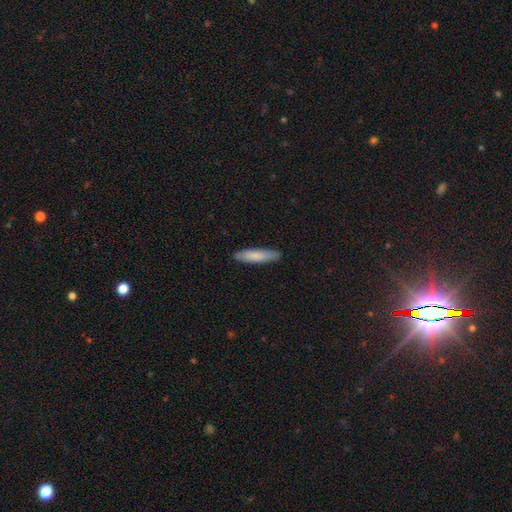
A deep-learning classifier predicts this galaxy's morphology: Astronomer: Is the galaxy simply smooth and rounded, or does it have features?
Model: smooth — 82%.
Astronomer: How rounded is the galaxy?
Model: cigar-shaped — 79%.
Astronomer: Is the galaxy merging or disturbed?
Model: none — 87%.